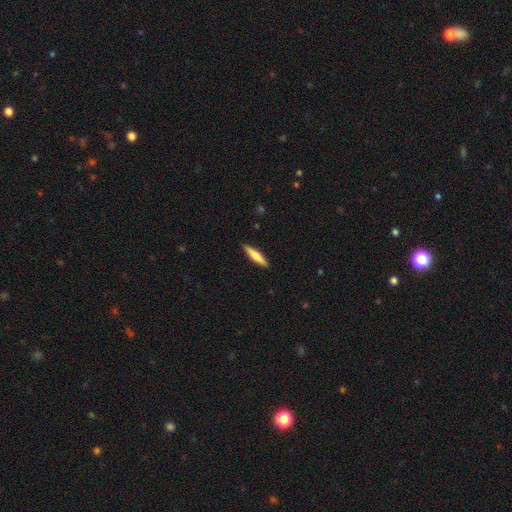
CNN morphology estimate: smooth_or_featured: smooth (p=0.67) [alt: featured or disk p=0.27]
how_rounded: cigar-shaped (p=0.86) [alt: in between p=0.13]
merging: none (p=0.91) [alt: minor disturbance p=0.07]